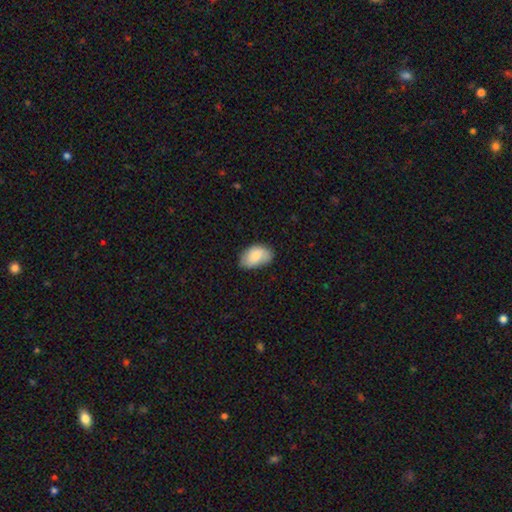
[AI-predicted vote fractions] Q: Smooth or featured?
A: smooth (75%); runner-up: featured or disk (18%)
Q: How rounded?
A: in between (91%); runner-up: round (8%)
Q: Merging?
A: none (65%); runner-up: minor disturbance (27%)